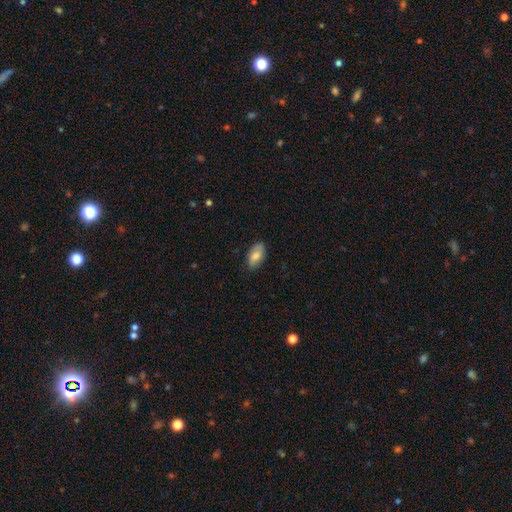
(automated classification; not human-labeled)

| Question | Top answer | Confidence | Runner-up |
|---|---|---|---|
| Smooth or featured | smooth | 73% | featured or disk (20%) |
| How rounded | in between | 93% | cigar-shaped (4%) |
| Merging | none | 83% | minor disturbance (13%) |